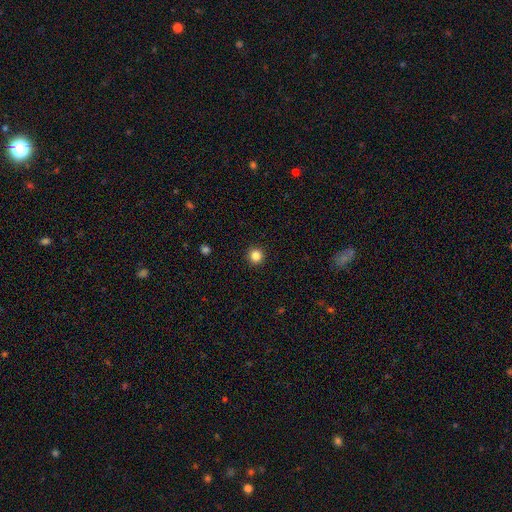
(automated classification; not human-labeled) Smooth or featured? Predicted: smooth (p=0.84). How rounded? Predicted: round (p=0.95). Merging? Predicted: none (p=0.93).